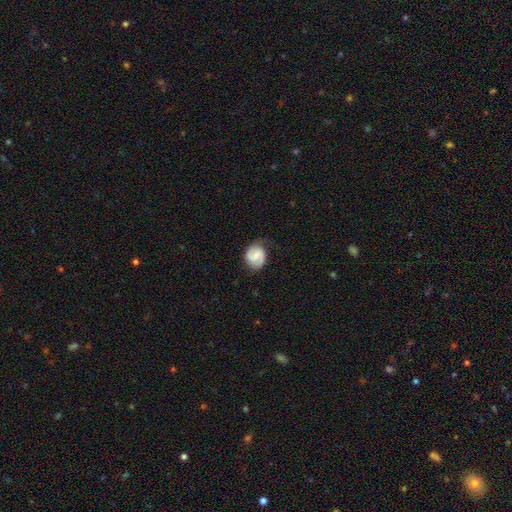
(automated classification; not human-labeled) Smooth or featured?
  - featured or disk: 70% *
  - smooth: 24%
  - star or artifact: 6%
Edge-on disk?
  - no: 98% *
  - yes: 2%
Bar?
  - weak: 50% *
  - no: 34%
  - strong: 15%
Spiral arms?
  - yes: 95% *
  - no: 5%
Spiral winding?
  - medium: 46% *
  - tight: 36%
  - loose: 17%
Spiral arm count?
  - 2: 86% *
  - can't tell: 5%
  - 1: 5%
  - 3: 1%
  - 4: 1%
  - more than 4: 1%
Bulge size?
  - small: 39% *
  - none: 33%
  - moderate: 23%
  - large: 3%
  - dominant: 1%
Merging?
  - none: 71% *
  - minor disturbance: 21%
  - major disturbance: 7%
  - merger: 1%